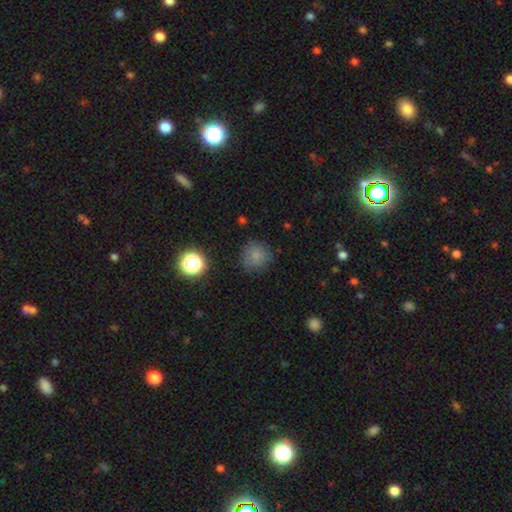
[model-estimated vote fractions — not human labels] Q: Smooth or featured?
A: smooth (76%); runner-up: star or artifact (15%)
Q: How rounded?
A: round (90%); runner-up: in between (9%)
Q: Merging?
A: none (77%); runner-up: minor disturbance (16%)